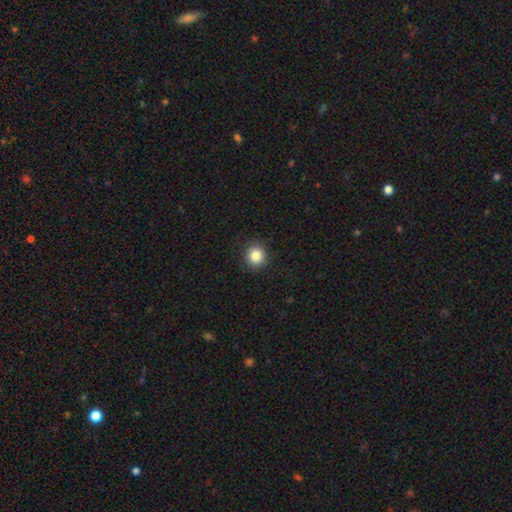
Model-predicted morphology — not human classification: Smooth or featured? smooth (85%)
How rounded? round (90%)
Merging? none (90%)